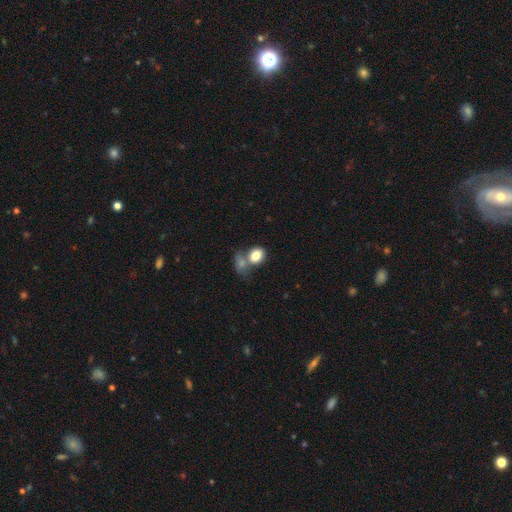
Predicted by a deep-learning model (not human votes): A smooth galaxy with no disk features (82%) that is in between round and cigar-shaped (58%). Merging: merger (45%).